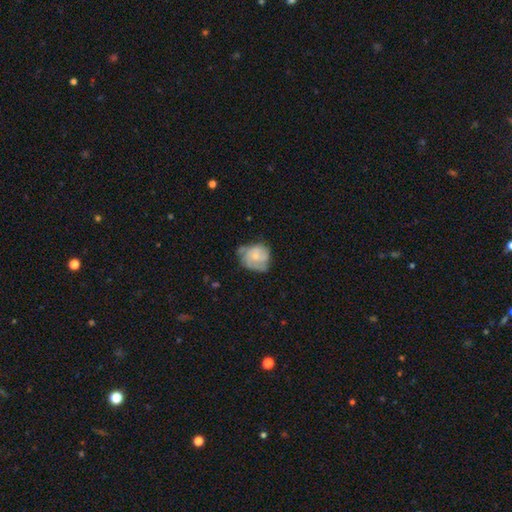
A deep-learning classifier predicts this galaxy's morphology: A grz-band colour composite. It shows a featured or disk galaxy (54%) with no bar (76%), spiral arms (75%) and a small central bulge (53%). Merging: none (46%).